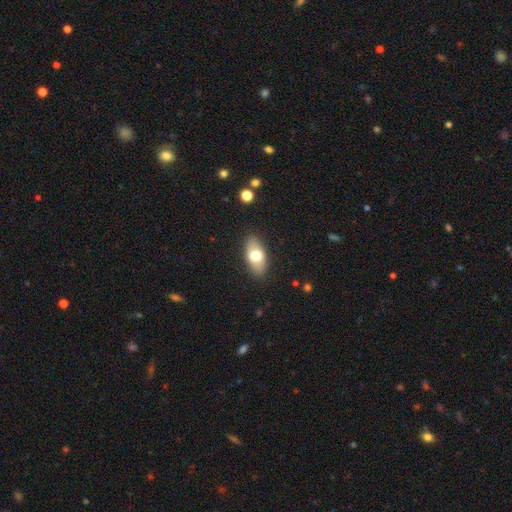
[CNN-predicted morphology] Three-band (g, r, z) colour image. It shows a smooth galaxy with no disk features (68%) that is in between round and cigar-shaped (90%). Merging: none (86%).